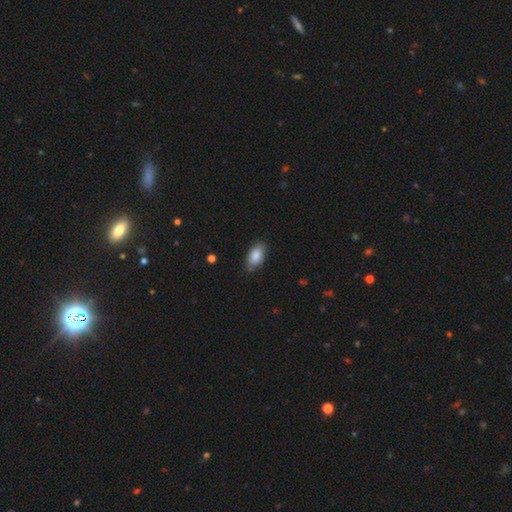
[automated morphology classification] smooth-or-featured: smooth: 86% | featured or disk: 7% | star or artifact: 7%
  how-rounded: in between: 93% | round: 4% | cigar-shaped: 3%
  merging: none: 78% | minor disturbance: 18% | major disturbance: 3% | merger: 1%